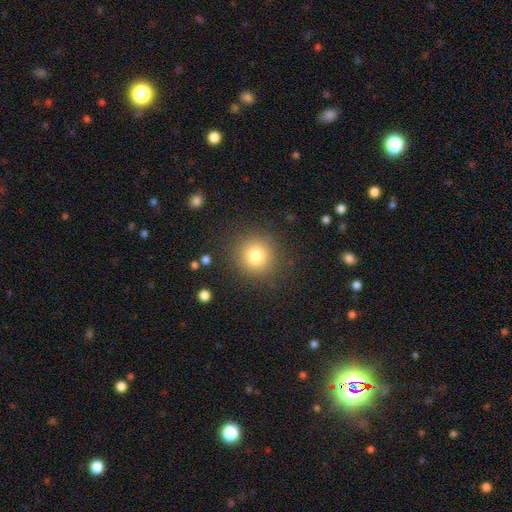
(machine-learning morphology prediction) Overall: smooth (78%). How rounded: round (94%). Merging: none (88%).